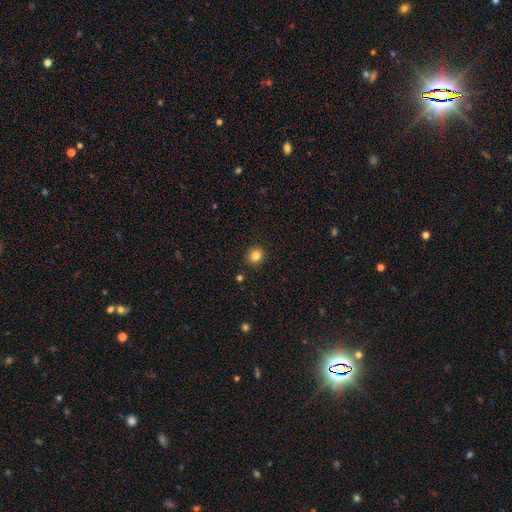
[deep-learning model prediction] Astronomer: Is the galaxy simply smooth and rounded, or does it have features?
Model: smooth — 83%.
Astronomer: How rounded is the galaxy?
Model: round — 76%.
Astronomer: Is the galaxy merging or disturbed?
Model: none — 91%.